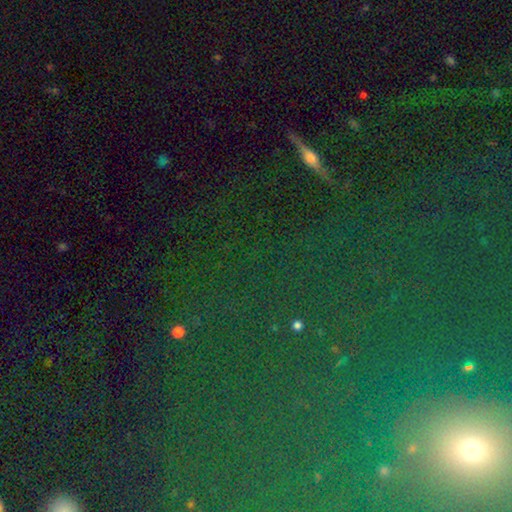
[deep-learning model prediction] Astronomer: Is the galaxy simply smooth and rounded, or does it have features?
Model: star or artifact — 68%.